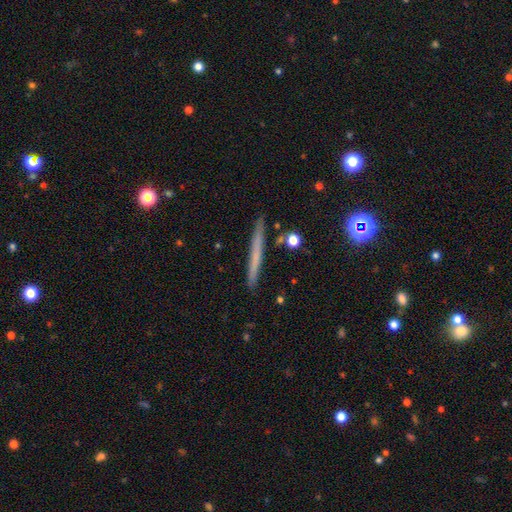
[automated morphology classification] smooth 53%, featured or disk 37%, star or artifact 10%. Down the decision tree: how rounded — cigar-shaped (96%); merging — none (90%).